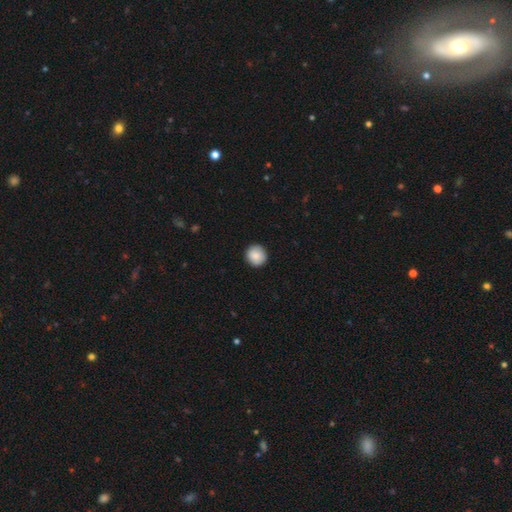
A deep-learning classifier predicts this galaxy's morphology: This appears to be a smooth galaxy with no disk features (87%) that is round (94%). Merging: none (91%).